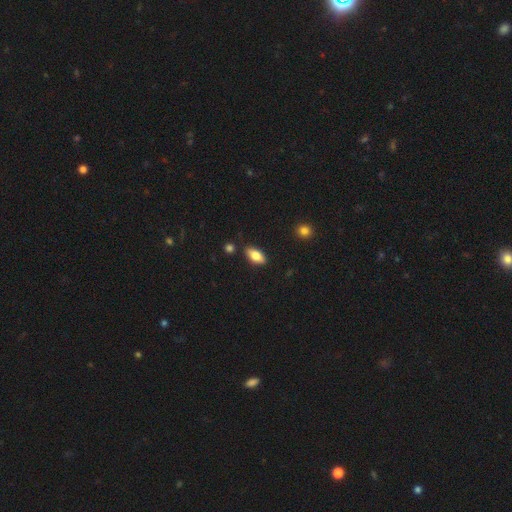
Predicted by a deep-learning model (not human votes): Smooth or featured?
  - smooth: 77% *
  - featured or disk: 16%
  - star or artifact: 7%
How rounded?
  - in between: 87% *
  - cigar-shaped: 10%
  - round: 3%
Merging?
  - none: 86% *
  - minor disturbance: 10%
  - merger: 3%
  - major disturbance: 2%